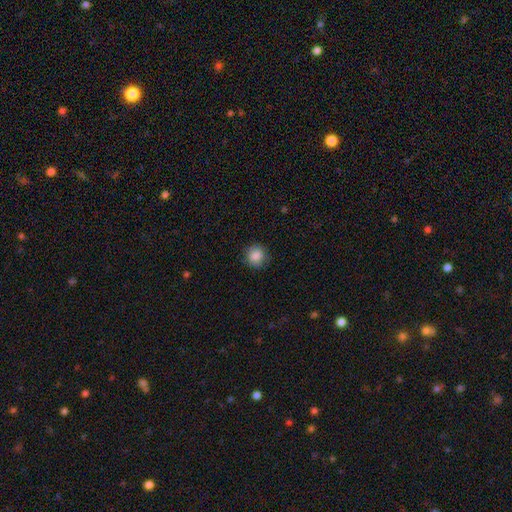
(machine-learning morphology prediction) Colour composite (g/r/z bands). It shows a smooth galaxy with no disk features (86%) that is round (89%). Merging: none (86%).